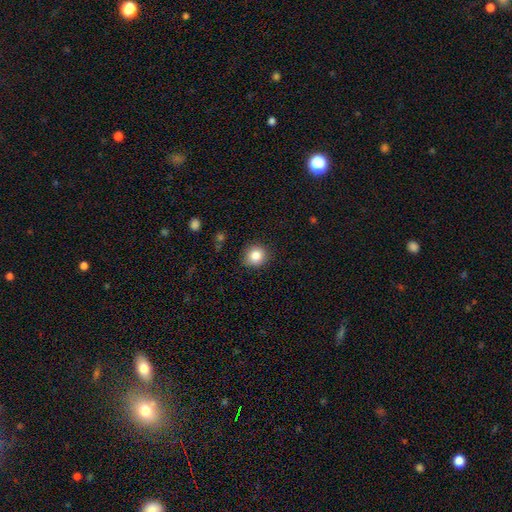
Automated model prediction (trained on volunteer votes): Smooth or featured?
  - smooth: 85% *
  - star or artifact: 10%
  - featured or disk: 5%
How rounded?
  - round: 85% *
  - in between: 14%
  - cigar-shaped: 1%
Merging?
  - none: 88% *
  - minor disturbance: 9%
  - major disturbance: 2%
  - merger: 1%